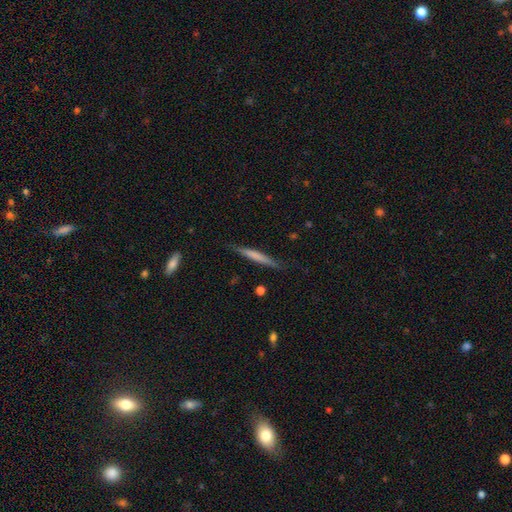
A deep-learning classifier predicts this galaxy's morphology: Smooth or featured? smooth (57%)
How rounded? cigar-shaped (95%)
Merging? none (83%)